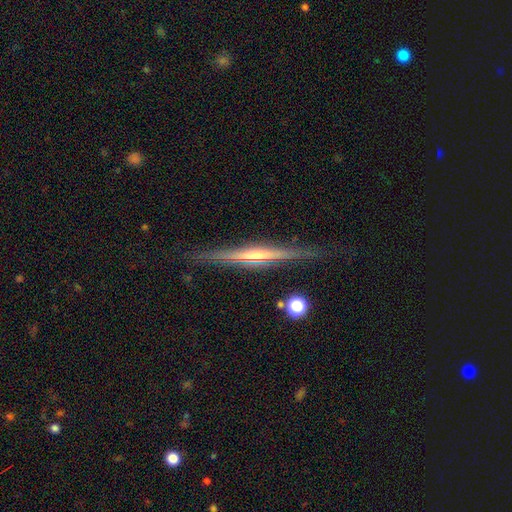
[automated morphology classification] Overall: featured or disk (80%). Edge-on disk: yes (98%). Edge-on bulge: rounded (63%; none 25%). Merging: none (86%).